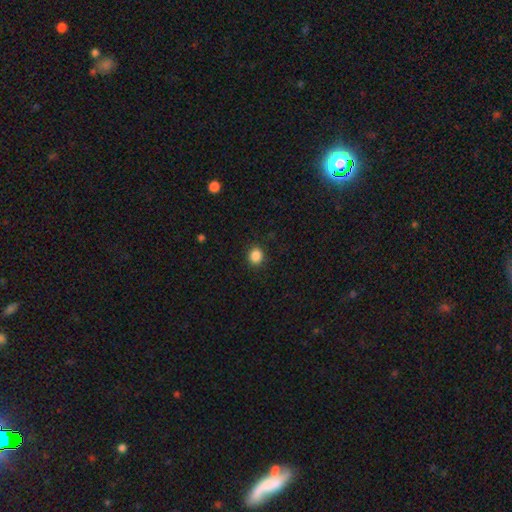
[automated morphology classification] Smooth or featured? smooth (86%)
How rounded? round (81%)
Merging? none (89%)